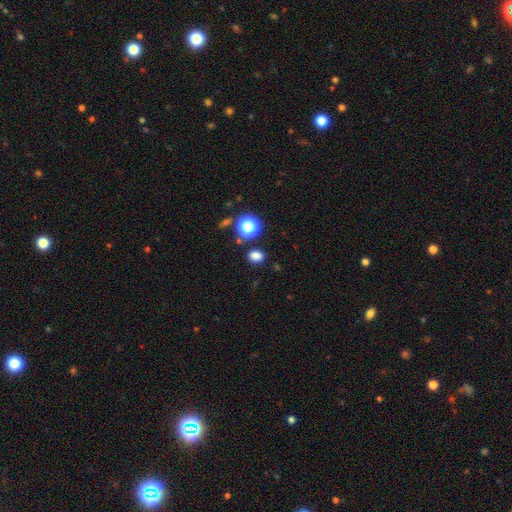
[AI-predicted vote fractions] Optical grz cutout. It shows a smooth galaxy with no disk features (79%) that is in between round and cigar-shaped (57%). Merging: none (84%).